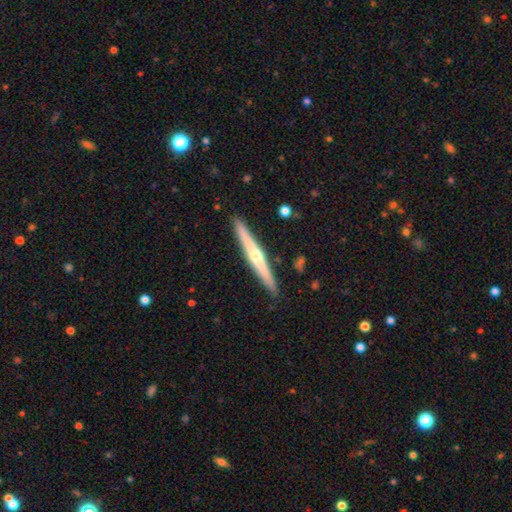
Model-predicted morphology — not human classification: featured or disk 70%, smooth 25%, star or artifact 5%. Down the decision tree: edge-on disk — yes (97%); edge-on bulge — rounded (84%); merging — none (91%).